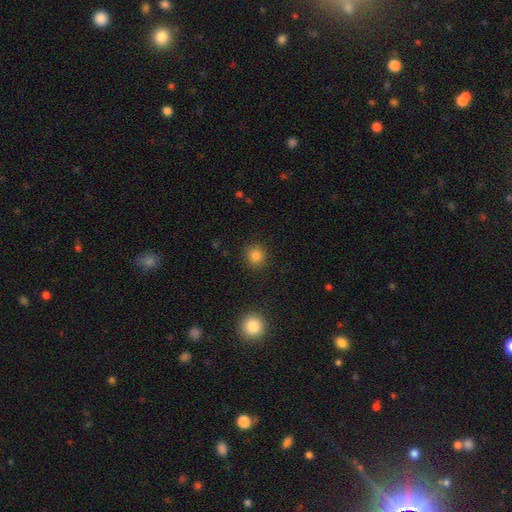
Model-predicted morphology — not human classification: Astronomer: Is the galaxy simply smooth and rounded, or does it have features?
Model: smooth — 83%.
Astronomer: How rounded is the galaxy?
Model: round — 90%.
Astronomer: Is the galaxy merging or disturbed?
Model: none — 89%.